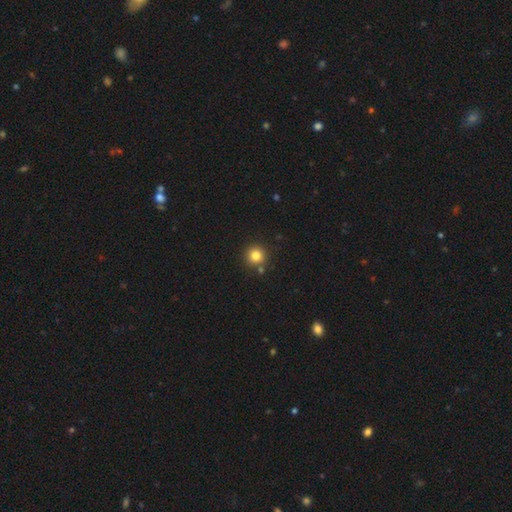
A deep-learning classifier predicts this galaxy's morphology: Smooth or featured: smooth — 82% (star or artifact — 12%)
How rounded: round — 94% (in between — 5%)
Merging: none — 83% (merger — 7%)